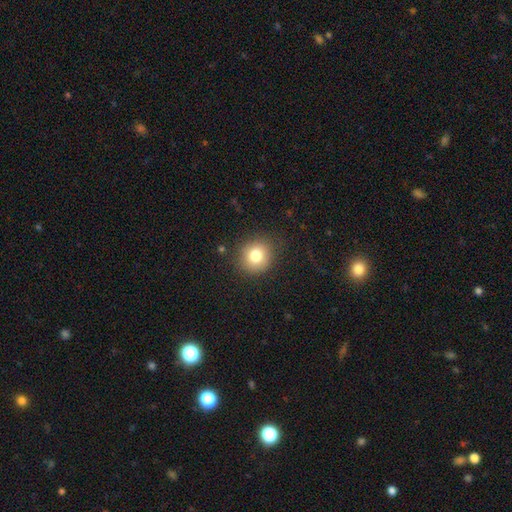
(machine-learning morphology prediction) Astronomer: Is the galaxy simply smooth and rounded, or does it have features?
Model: smooth — 80%.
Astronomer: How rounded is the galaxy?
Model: round — 82%.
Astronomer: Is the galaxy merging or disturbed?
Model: none — 84%.